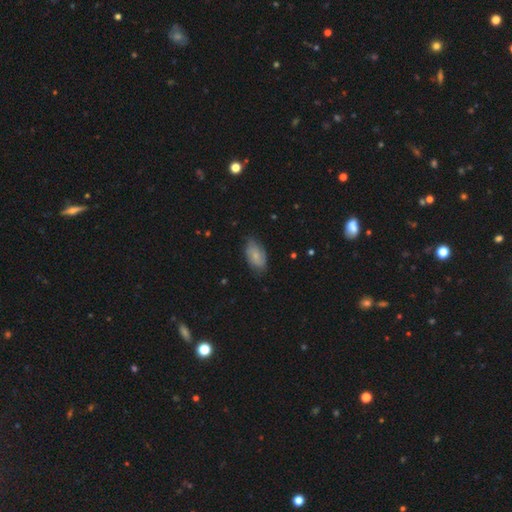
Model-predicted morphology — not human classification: This appears to be a smooth galaxy with no disk features (56%) that is in between round and cigar-shaped (92%). Merging: none (65%).